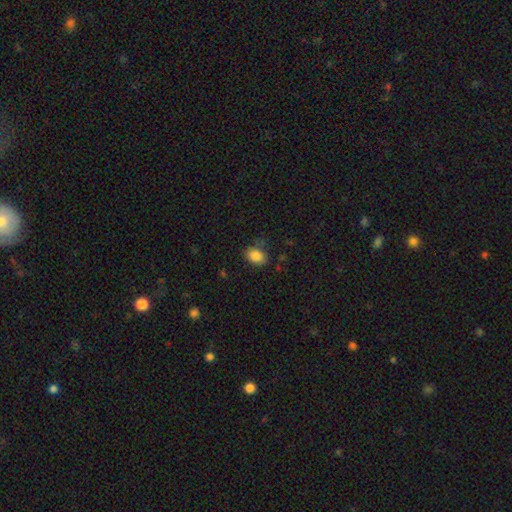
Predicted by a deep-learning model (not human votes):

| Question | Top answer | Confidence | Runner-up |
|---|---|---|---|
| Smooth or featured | smooth | 85% | star or artifact (9%) |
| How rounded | in between | 77% | round (22%) |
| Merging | none | 72% | minor disturbance (20%) |